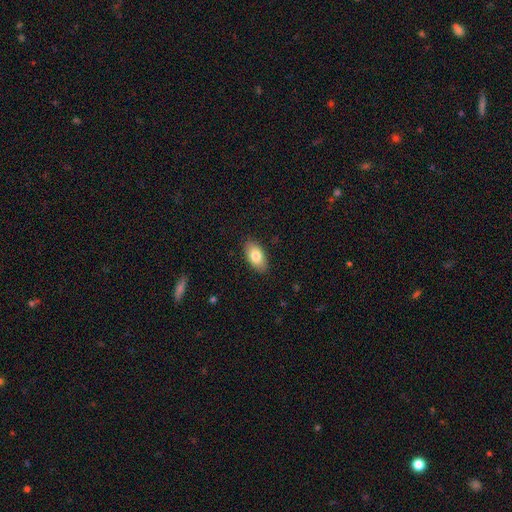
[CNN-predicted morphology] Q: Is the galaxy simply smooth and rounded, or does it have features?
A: smooth — 80%.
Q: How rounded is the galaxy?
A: in between — 93%.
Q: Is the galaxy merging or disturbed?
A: none — 88%.